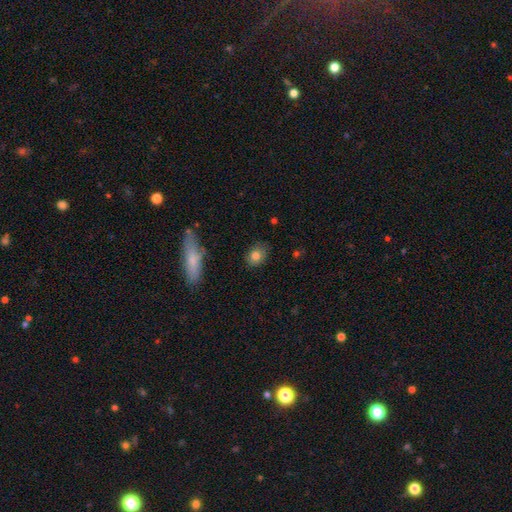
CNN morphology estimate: smooth 81%, featured or disk 10%, star or artifact 9%. Down the decision tree: how rounded — in between (63%); merging — none (80%).